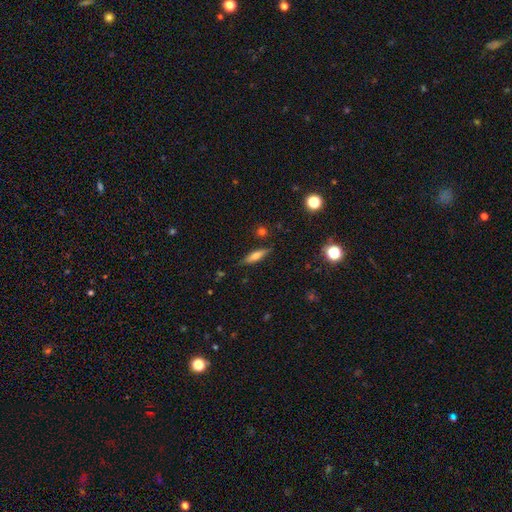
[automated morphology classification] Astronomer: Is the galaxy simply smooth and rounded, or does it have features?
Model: smooth — 59%.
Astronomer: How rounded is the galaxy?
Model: cigar-shaped — 68%.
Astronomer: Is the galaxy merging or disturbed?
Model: none — 83%.